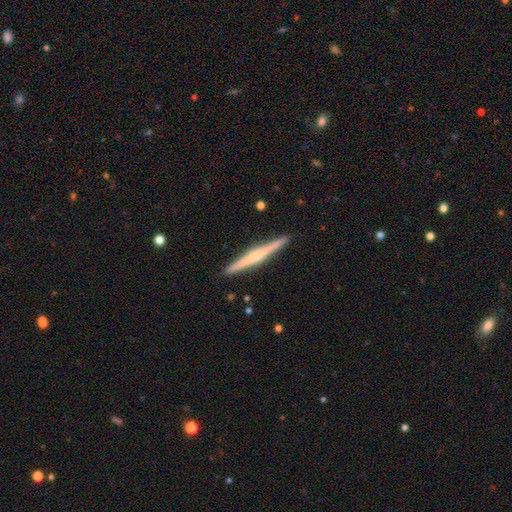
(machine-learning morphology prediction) A featured or disk galaxy (67%) viewed edge-on (98%) with a rounded central bulge (57%). Merging: none (92%).